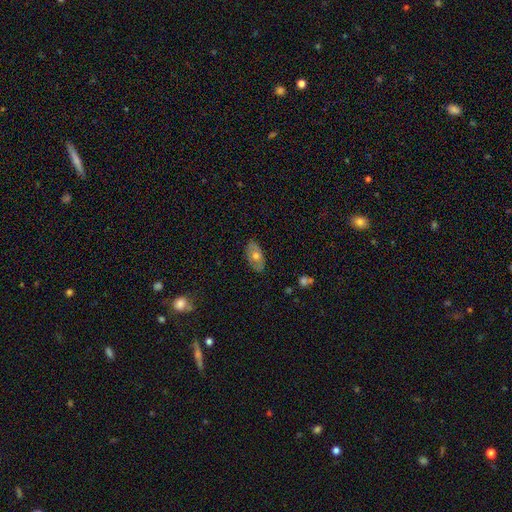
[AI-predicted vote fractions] Morphology: type=smooth (56%); roundness=in between (90%); merging=none (84%).